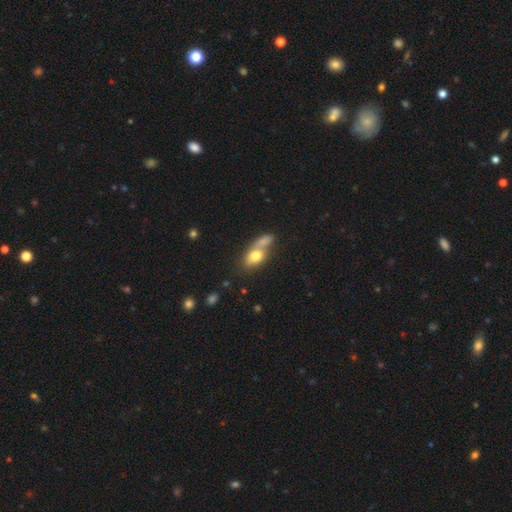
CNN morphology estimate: Smooth or featured? smooth (72%)
How rounded? in between (77%)
Merging? merger (54%)